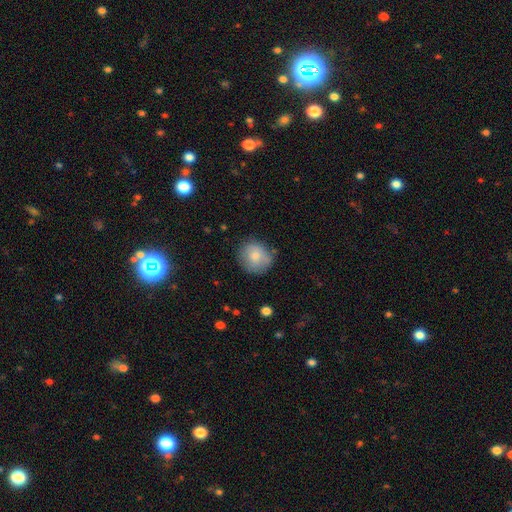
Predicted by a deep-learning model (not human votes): This is likely a smooth galaxy (78%). How rounded: clearly round (88%). Merging: likely none (76%).